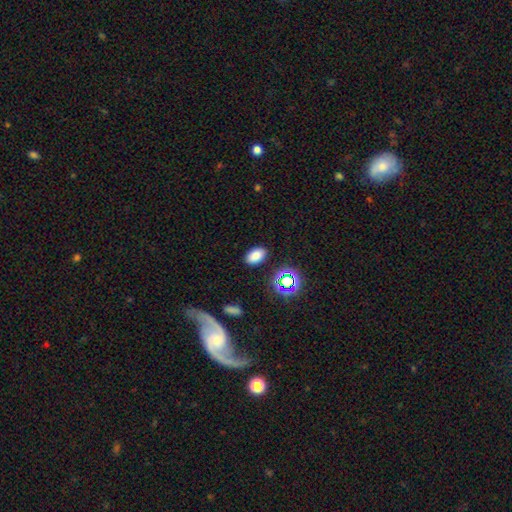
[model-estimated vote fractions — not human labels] smooth-or-featured: smooth: 78% | star or artifact: 15% | featured or disk: 7%
  how-rounded: in between: 89% | round: 9% | cigar-shaped: 2%
  merging: none: 87% | minor disturbance: 9% | major disturbance: 3% | merger: 2%